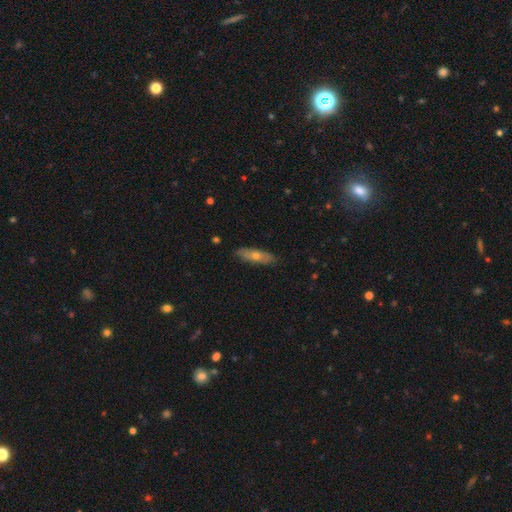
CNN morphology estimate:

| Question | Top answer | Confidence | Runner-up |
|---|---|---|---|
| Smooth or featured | smooth | 54% | featured or disk (40%) |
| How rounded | cigar-shaped | 58% | in between (39%) |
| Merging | none | 87% | minor disturbance (10%) |